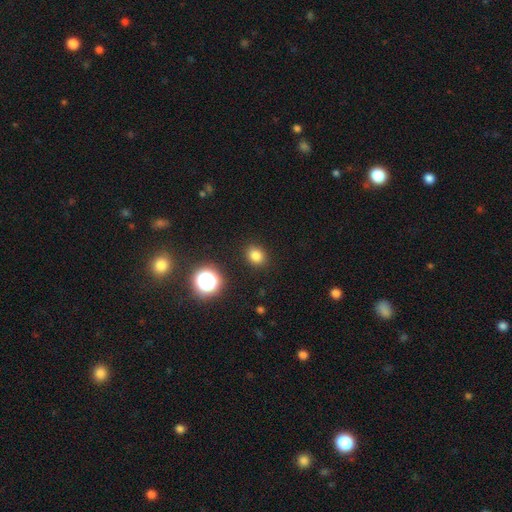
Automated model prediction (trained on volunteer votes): A smooth galaxy with no disk features (80%) that is round (63%).

Vote fractions:
- Smooth or featured? smooth: 80% / star or artifact: 15% / featured or disk: 5%
- How rounded? round: 63% / in between: 36% / cigar-shaped: 1%
- Merging? none: 89% / minor disturbance: 7% / major disturbance: 2% / merger: 2%